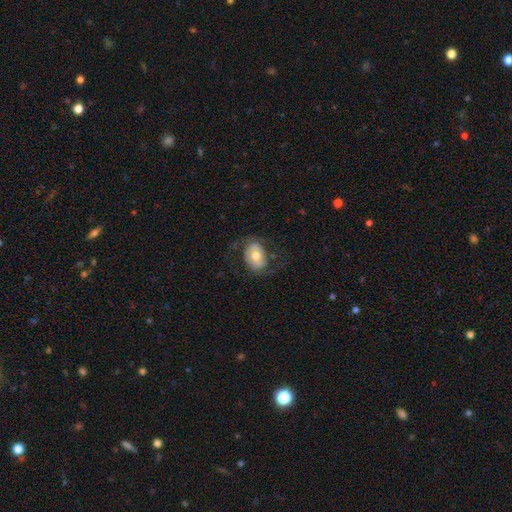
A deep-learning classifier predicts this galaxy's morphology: type=featured or disk (54%); edge-on=no (96%); bar=no (61%); spiral arms=yes (73%); bulge=moderate (70%); merging=none (64%).